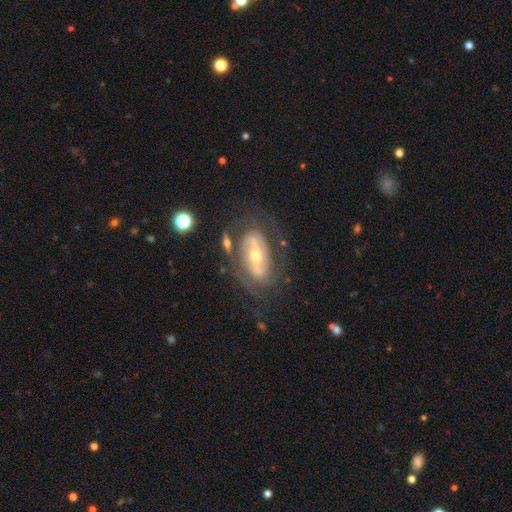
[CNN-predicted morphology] This is clearly a featured or disk galaxy (81%). It is clearly not viewed edge-on (93%). Bar: marginally strong (44%). Spiral arm pattern: clearly yes (81%). Spiral arm count: likely 2 (62%). Spiral winding: possibly tight (49%). Central bulge: possibly moderate (52%). Merging: likely none (64%).